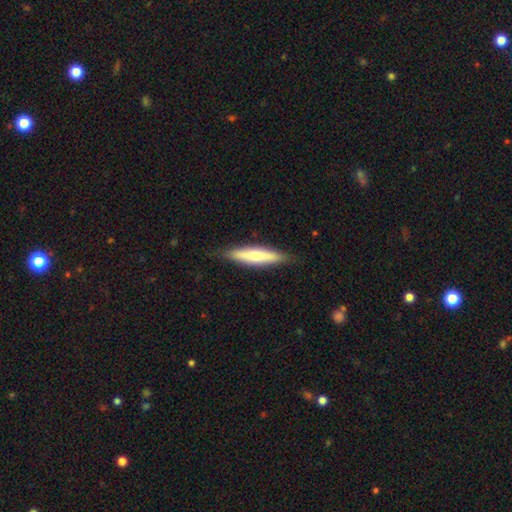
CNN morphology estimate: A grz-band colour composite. It shows a smooth galaxy with no disk features (59%) that is cigar-shaped (82%). Merging: none (85%).